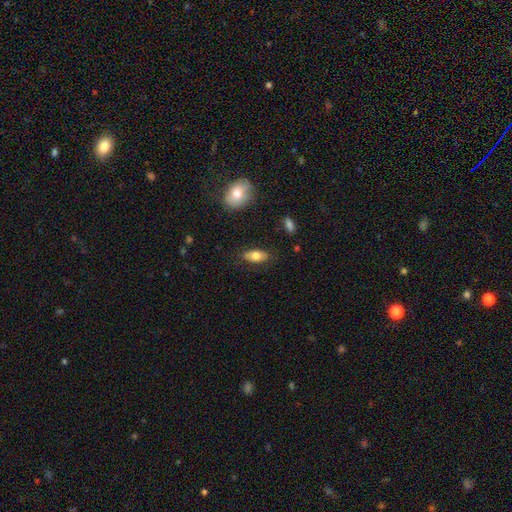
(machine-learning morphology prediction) Smooth or featured? smooth (74%)
How rounded? in between (88%)
Merging? none (83%)